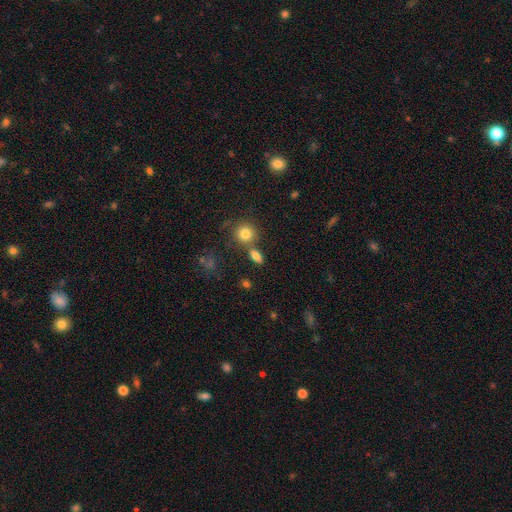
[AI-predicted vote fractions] smooth_or_featured: smooth (p=0.79) [alt: star or artifact p=0.11]
how_rounded: in between (p=0.70) [alt: round p=0.22]
merging: none (p=0.66) [alt: merger p=0.19]